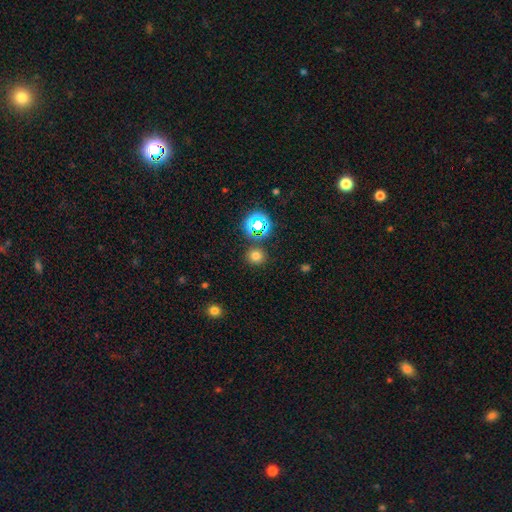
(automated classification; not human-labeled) The model was most divided on "smooth or featured": smooth: 71%, star or artifact: 23%, featured or disk: 6%. More confident: how rounded — round (89%); merging — none (86%).